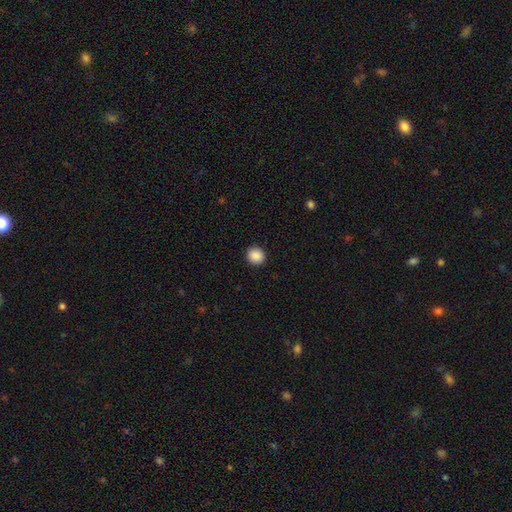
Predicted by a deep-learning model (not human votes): Smooth or featured?
  - smooth: 89% *
  - star or artifact: 8%
  - featured or disk: 2%
How rounded?
  - round: 83% *
  - in between: 16%
  - cigar-shaped: 1%
Merging?
  - none: 92% *
  - minor disturbance: 6%
  - major disturbance: 2%
  - merger: 1%